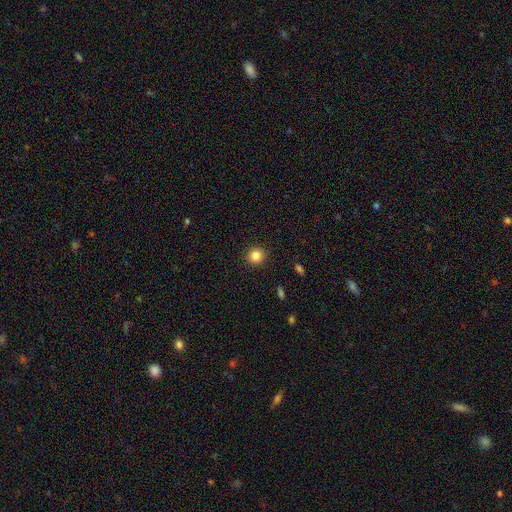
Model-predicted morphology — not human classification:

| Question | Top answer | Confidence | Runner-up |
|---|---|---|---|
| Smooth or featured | smooth | 84% | star or artifact (11%) |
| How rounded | round | 91% | in between (8%) |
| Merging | none | 92% | minor disturbance (6%) |